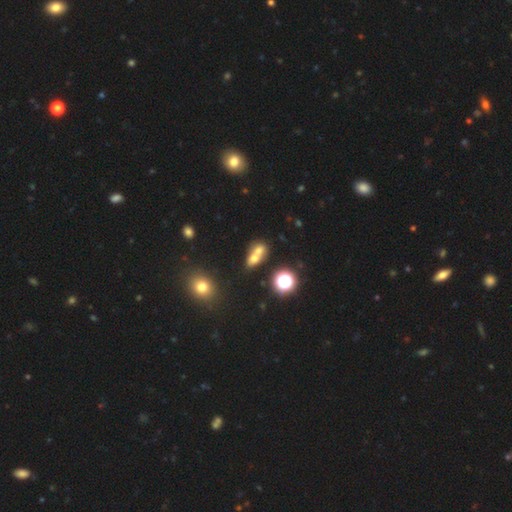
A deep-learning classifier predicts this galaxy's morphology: smooth-or-featured: smooth: 62% | star or artifact: 19% | featured or disk: 19%
  how-rounded: in between: 52% | round: 44% | cigar-shaped: 3%
  merging: merger: 67% | none: 24% | minor disturbance: 6% | major disturbance: 3%